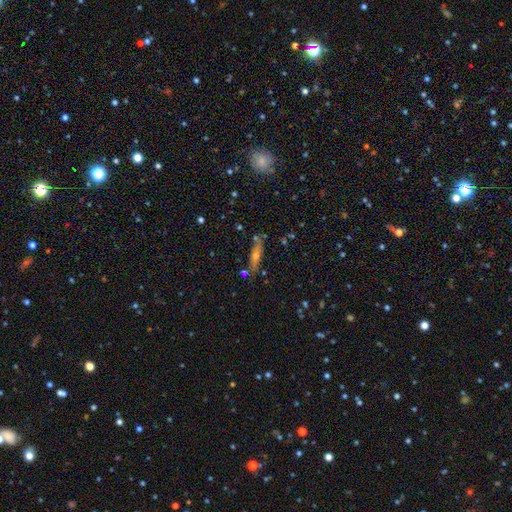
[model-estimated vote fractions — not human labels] Smooth or featured? featured or disk (48%)
Merging? none (76%)